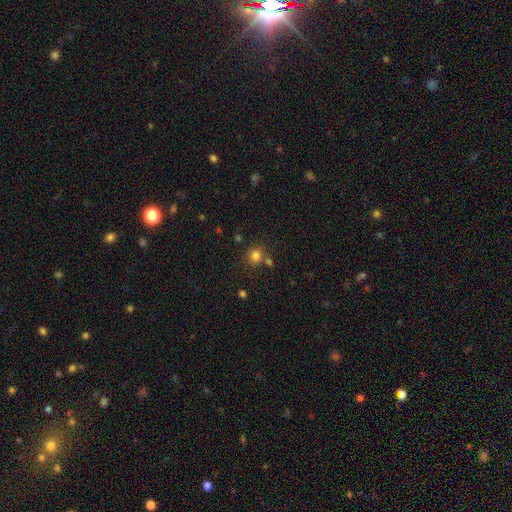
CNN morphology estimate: type=smooth (80%); roundness=round (83%); merging=none (73%).